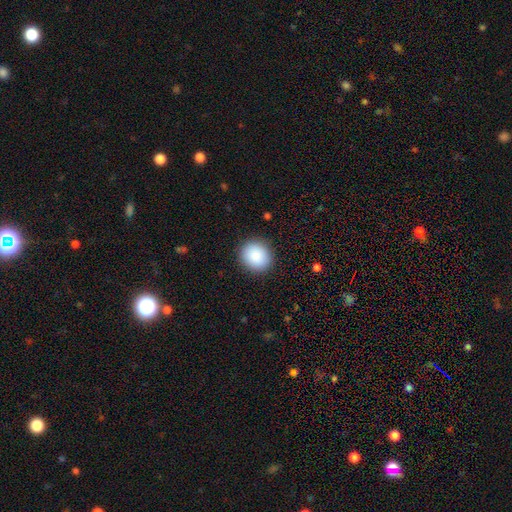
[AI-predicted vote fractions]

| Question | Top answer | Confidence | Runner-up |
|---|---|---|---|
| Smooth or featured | smooth | 88% | star or artifact (7%) |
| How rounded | round | 85% | in between (14%) |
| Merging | none | 91% | minor disturbance (6%) |